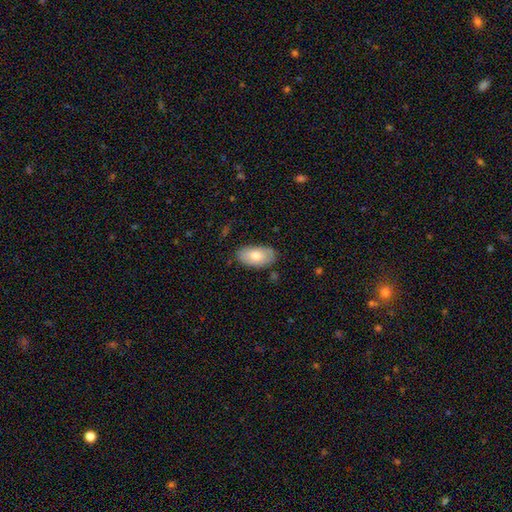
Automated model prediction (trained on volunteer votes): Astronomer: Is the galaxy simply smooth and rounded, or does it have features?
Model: smooth — 74%.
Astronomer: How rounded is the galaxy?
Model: in between — 94%.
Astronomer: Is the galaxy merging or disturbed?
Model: none — 79%.